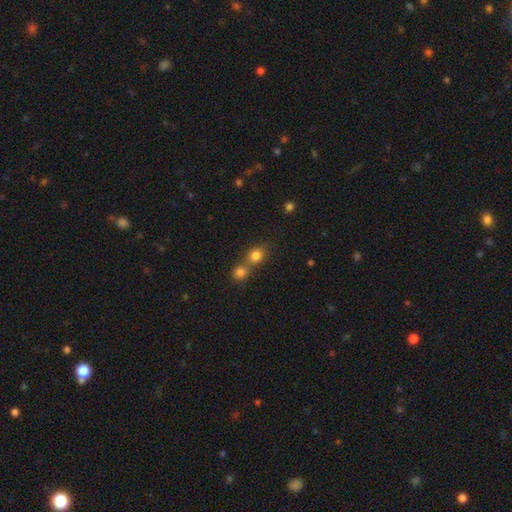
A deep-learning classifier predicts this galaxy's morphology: A smooth galaxy with no disk features (82%) that is round (70%).

Vote fractions:
- Smooth or featured? smooth: 82% / star or artifact: 12% / featured or disk: 7%
- How rounded? round: 70% / in between: 29% / cigar-shaped: 1%
- Merging? merger: 46% / none: 44% / minor disturbance: 7% / major disturbance: 3%